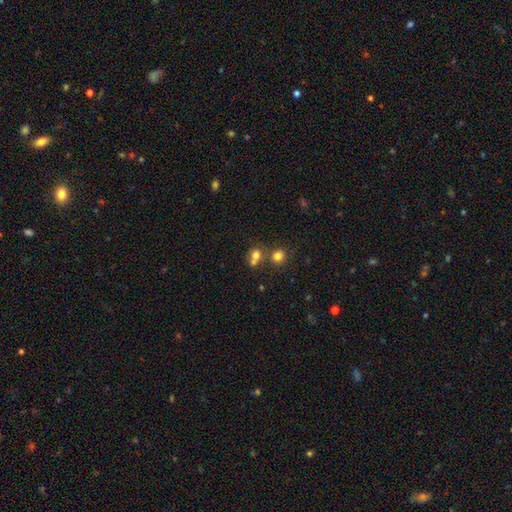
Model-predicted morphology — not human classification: smooth_or_featured: smooth (p=0.73) [alt: star or artifact p=0.15]
how_rounded: round (p=0.70) [alt: in between p=0.29]
merging: merger (p=0.46) [alt: none p=0.41]